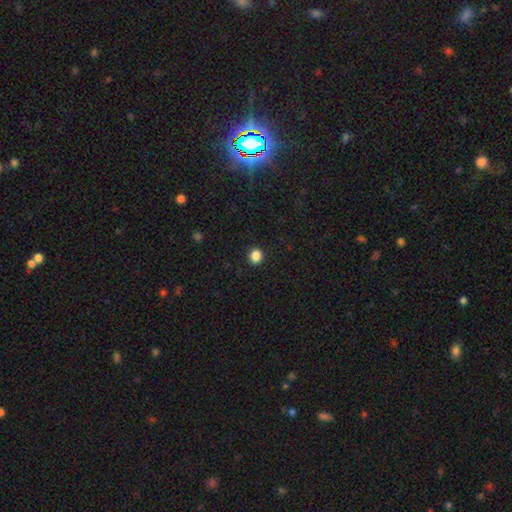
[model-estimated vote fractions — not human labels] Q: Smooth or featured?
A: smooth (87%); runner-up: star or artifact (10%)
Q: How rounded?
A: round (77%); runner-up: in between (22%)
Q: Merging?
A: none (92%); runner-up: minor disturbance (6%)